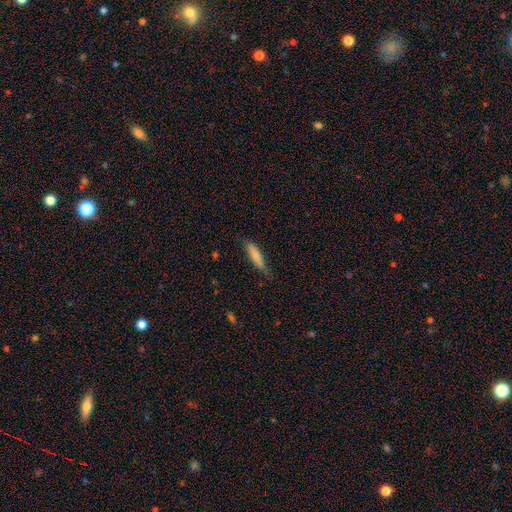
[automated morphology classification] smooth_or_featured: smooth (p=0.73) [alt: featured or disk p=0.21]
how_rounded: cigar-shaped (p=0.74) [alt: in between p=0.24]
merging: none (p=0.73) [alt: minor disturbance p=0.22]